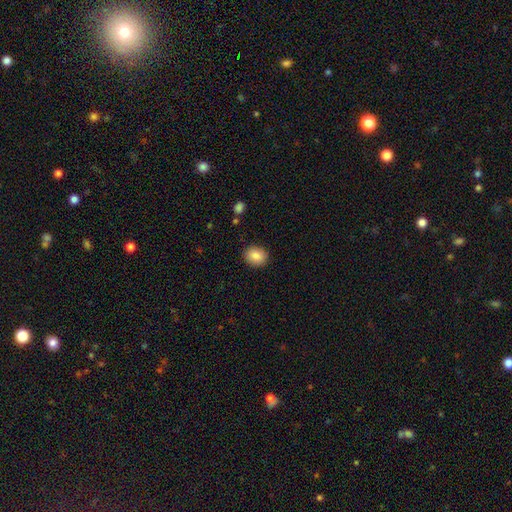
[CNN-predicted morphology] Overall: smooth (86%). How rounded: round (59%; in between 40%). Merging: none (90%).